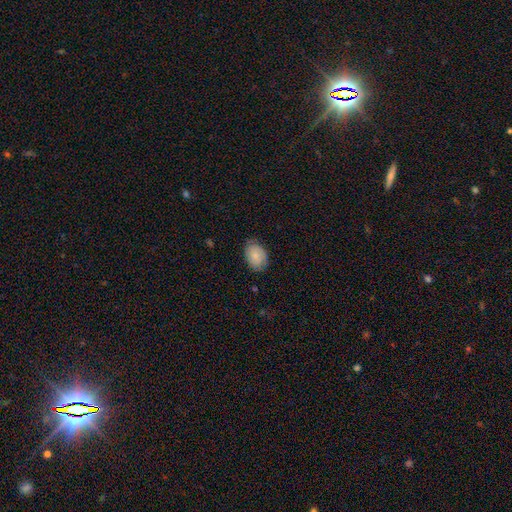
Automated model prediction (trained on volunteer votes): smooth 74%, featured or disk 19%, star or artifact 7%. Down the decision tree: how rounded — in between (85%); merging — none (76%).